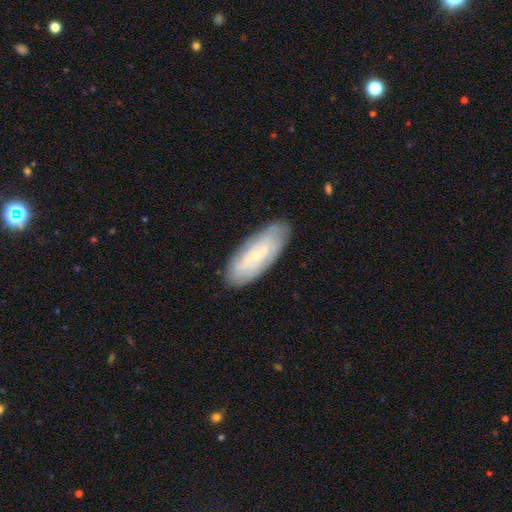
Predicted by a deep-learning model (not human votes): Smooth or featured?
  - featured or disk: 52% *
  - smooth: 41%
  - star or artifact: 7%
Edge-on disk?
  - no: 83% *
  - yes: 17%
Merging?
  - none: 84% *
  - minor disturbance: 12%
  - major disturbance: 3%
  - merger: 1%